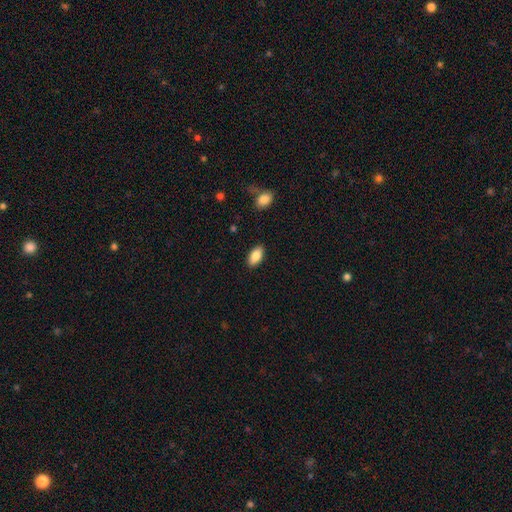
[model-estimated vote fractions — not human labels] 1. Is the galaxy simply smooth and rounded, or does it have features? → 84% smooth, 9% featured or disk, 7% star or artifact.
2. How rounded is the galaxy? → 91% in between, 7% cigar-shaped, 3% round.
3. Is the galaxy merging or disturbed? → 89% none, 8% minor disturbance, 2% major disturbance, 1% merger.